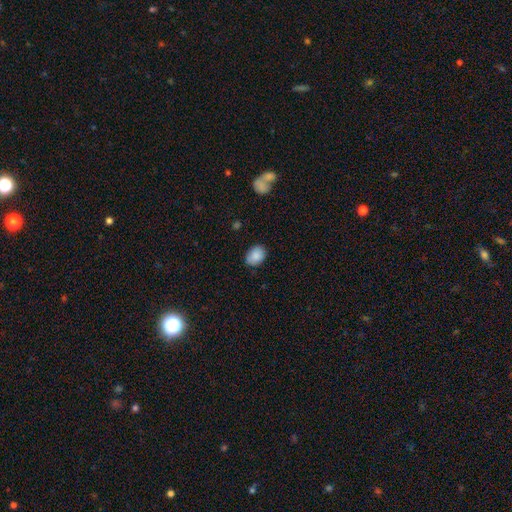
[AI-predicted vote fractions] The model was most divided on "how rounded": in between: 69%, round: 30%, cigar-shaped: 1%. More confident: smooth or featured — smooth (88%); merging — none (82%).